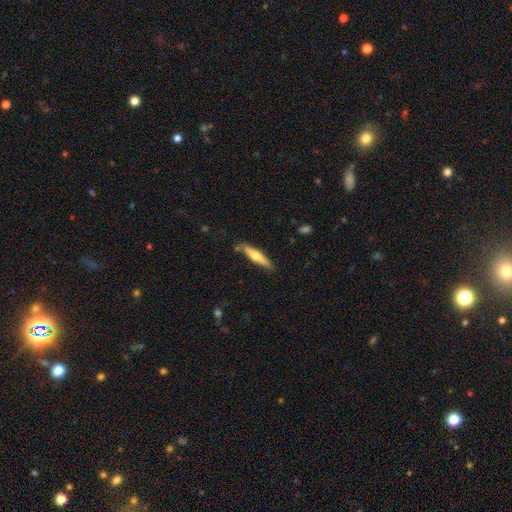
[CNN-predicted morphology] The model was most divided on "smooth or featured": featured or disk: 50%, smooth: 45%, star or artifact: 5%. More confident: merging — none (84%).